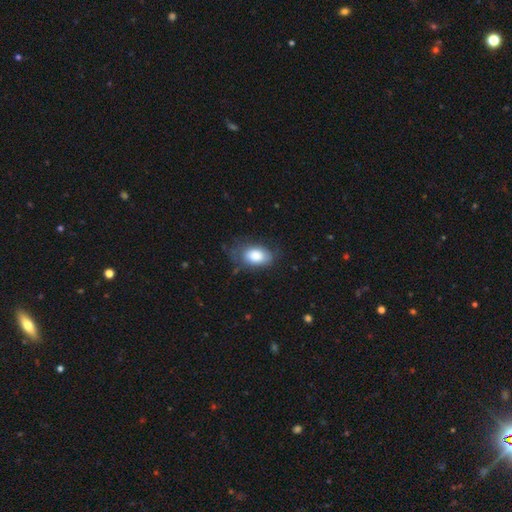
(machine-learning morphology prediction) Smooth or featured: smooth — 82% (featured or disk — 11%)
How rounded: in between — 88% (round — 11%)
Merging: none — 60% (minor disturbance — 28%)